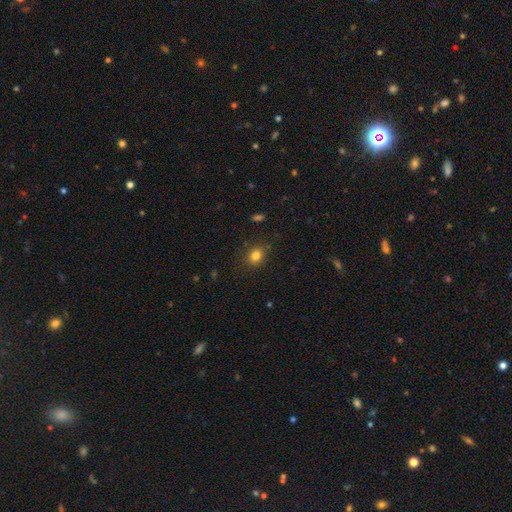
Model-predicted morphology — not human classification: Q: Smooth or featured?
A: smooth (81%); runner-up: star or artifact (13%)
Q: How rounded?
A: round (68%); runner-up: in between (31%)
Q: Merging?
A: none (85%); runner-up: minor disturbance (10%)